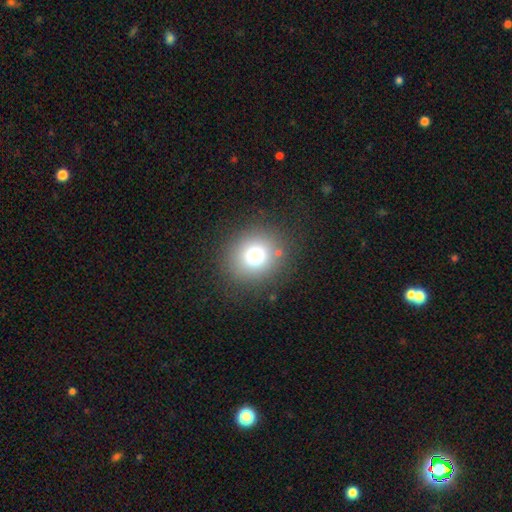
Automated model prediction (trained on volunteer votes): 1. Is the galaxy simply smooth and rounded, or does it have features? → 73% smooth, 16% star or artifact, 11% featured or disk.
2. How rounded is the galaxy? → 83% round, 16% in between, 1% cigar-shaped.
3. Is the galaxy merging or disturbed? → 86% none, 8% minor disturbance, 4% major disturbance, 2% merger.